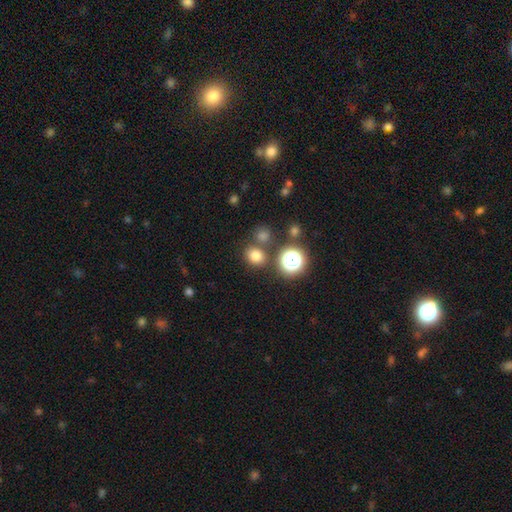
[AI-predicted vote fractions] smooth_or_featured: smooth (p=0.75) [alt: star or artifact p=0.18]
how_rounded: round (p=0.67) [alt: in between p=0.32]
merging: none (p=0.76) [alt: merger p=0.11]